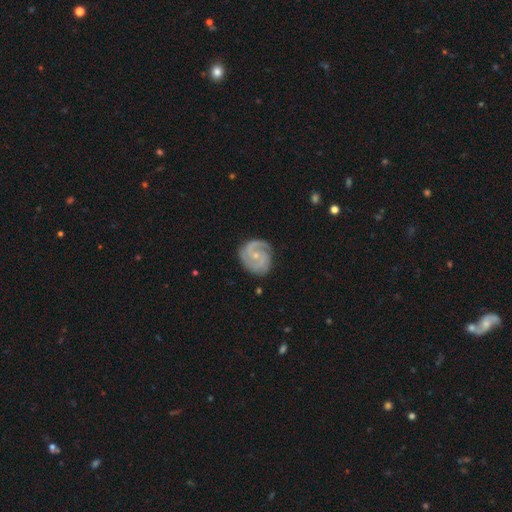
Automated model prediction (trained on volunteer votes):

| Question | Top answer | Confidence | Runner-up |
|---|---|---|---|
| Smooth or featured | featured or disk | 87% | smooth (9%) |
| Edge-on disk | no | 98% | yes (2%) |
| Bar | no | 59% | weak (34%) |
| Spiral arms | yes | 97% | no (3%) |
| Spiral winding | tight | 47% | medium (43%) |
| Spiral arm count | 2 | 72% | 3 (12%) |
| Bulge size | small | 70% | moderate (25%) |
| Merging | none | 77% | minor disturbance (17%) |